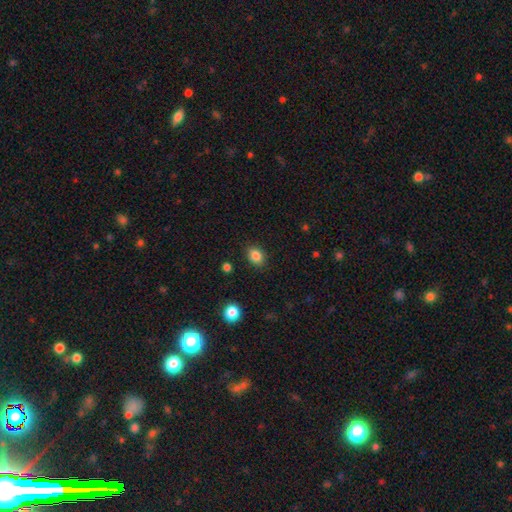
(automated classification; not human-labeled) Smooth or featured: smooth — 85% (star or artifact — 10%)
How rounded: in between — 58% (round — 41%)
Merging: none — 87% (minor disturbance — 9%)